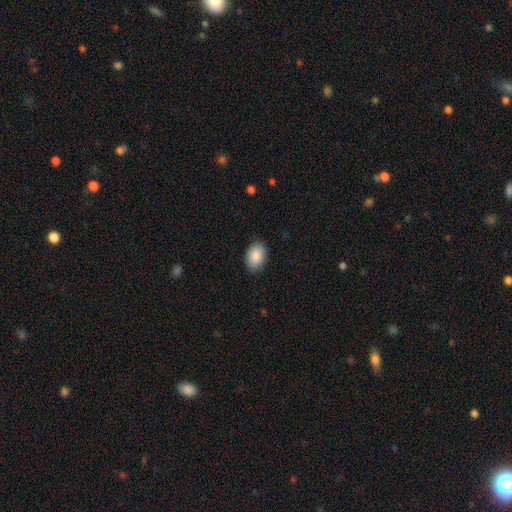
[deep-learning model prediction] Smooth or featured?
  - smooth: 88% *
  - star or artifact: 6%
  - featured or disk: 5%
How rounded?
  - in between: 85% *
  - round: 14%
  - cigar-shaped: 1%
Merging?
  - none: 86% *
  - minor disturbance: 11%
  - major disturbance: 2%
  - merger: 1%